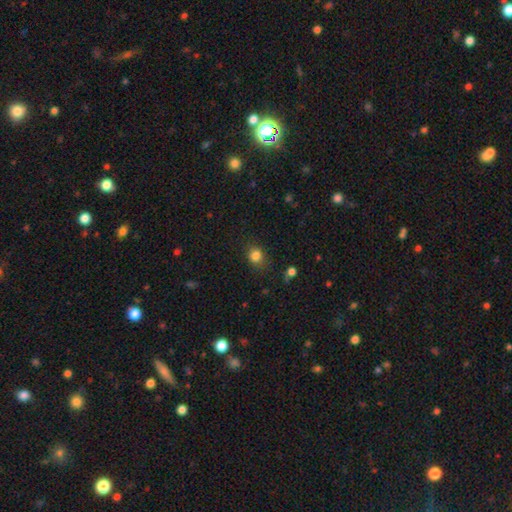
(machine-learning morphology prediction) Q: Smooth or featured?
A: smooth (83%); runner-up: star or artifact (12%)
Q: How rounded?
A: round (67%); runner-up: in between (32%)
Q: Merging?
A: none (75%); runner-up: minor disturbance (17%)